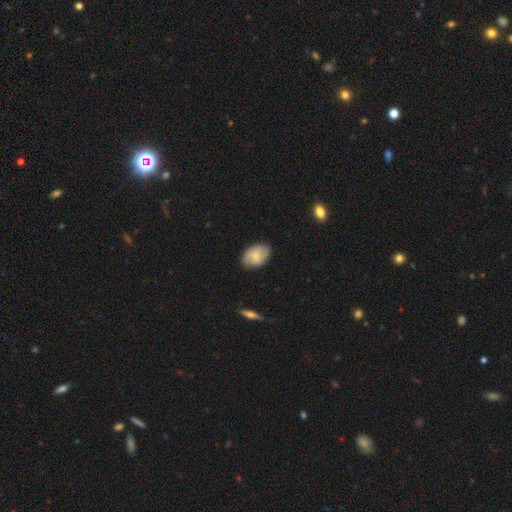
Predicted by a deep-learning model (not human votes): A smooth galaxy with no disk features (64%) that is in between round and cigar-shaped (86%).

Vote fractions:
- Smooth or featured? smooth: 64% / featured or disk: 30% / star or artifact: 7%
- How rounded? in between: 86% / round: 13% / cigar-shaped: 1%
- Merging? none: 81% / minor disturbance: 15% / major disturbance: 3% / merger: 1%